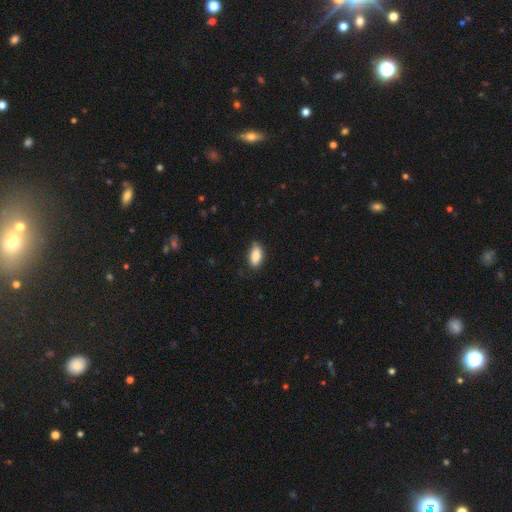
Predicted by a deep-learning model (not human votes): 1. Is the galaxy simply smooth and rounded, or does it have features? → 83% smooth, 10% featured or disk, 7% star or artifact.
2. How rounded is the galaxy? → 90% in between, 6% cigar-shaped, 4% round.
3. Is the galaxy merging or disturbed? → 78% none, 18% minor disturbance, 3% major disturbance, 1% merger.